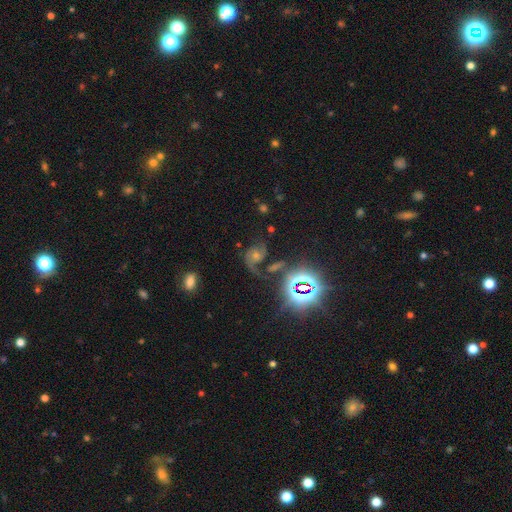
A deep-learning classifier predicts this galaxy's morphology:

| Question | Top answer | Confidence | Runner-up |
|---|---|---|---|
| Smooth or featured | featured or disk | 58% | star or artifact (32%) |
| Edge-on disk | no | 96% | yes (4%) |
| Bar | no | 68% | weak (23%) |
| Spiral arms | yes | 93% | no (7%) |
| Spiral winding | medium | 49% | loose (31%) |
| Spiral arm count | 2 | 69% | 1 (15%) |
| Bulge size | moderate | 51% | small (36%) |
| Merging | none | 53% | major disturbance (21%) |